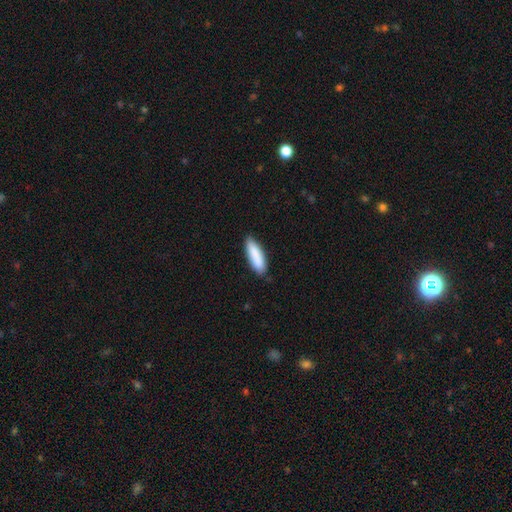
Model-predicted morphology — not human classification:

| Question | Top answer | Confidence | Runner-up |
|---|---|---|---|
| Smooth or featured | smooth | 88% | featured or disk (7%) |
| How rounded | in between | 51% | cigar-shaped (48%) |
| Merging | none | 82% | minor disturbance (14%) |